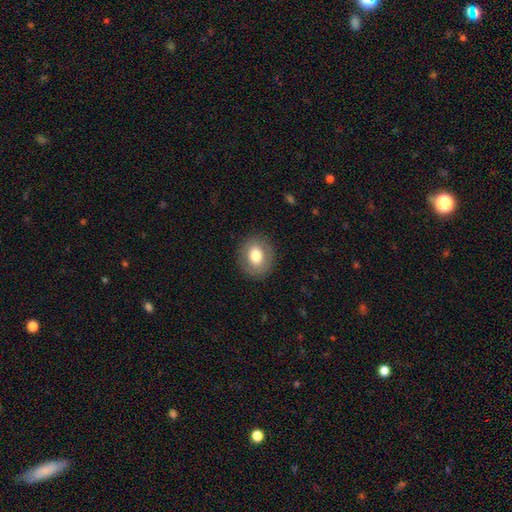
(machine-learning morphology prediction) Smooth or featured: smooth — 75% (featured or disk — 17%)
How rounded: round — 66% (in between — 33%)
Merging: none — 87% (minor disturbance — 9%)